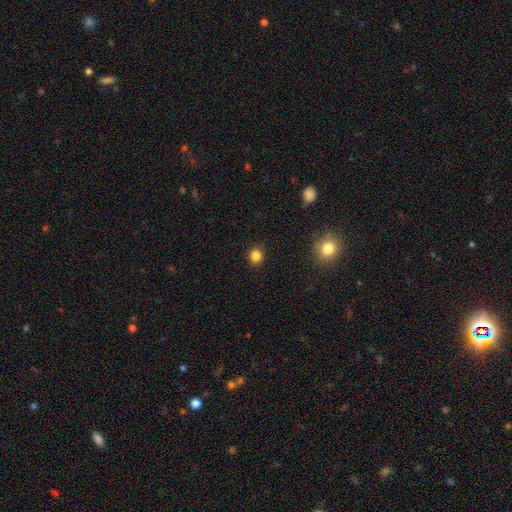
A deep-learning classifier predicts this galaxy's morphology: type=smooth (84%); roundness=round (83%); merging=none (89%).